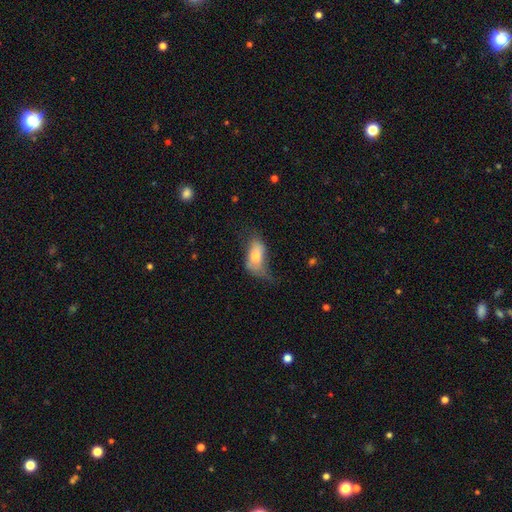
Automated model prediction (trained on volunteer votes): This appears to be a smooth galaxy with no disk features (66%) that is in between round and cigar-shaped (89%). Merging: major disturbance (34%, tied with minor disturbance).